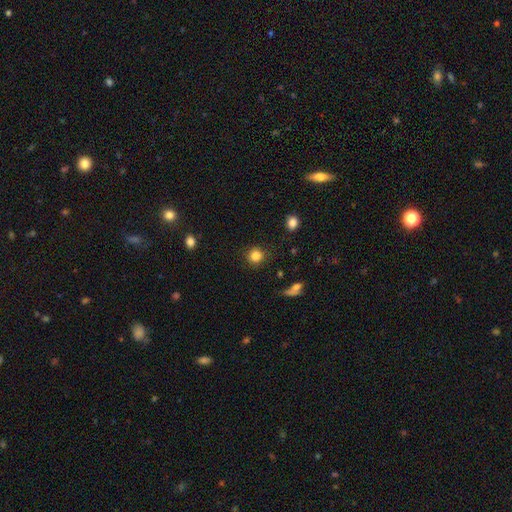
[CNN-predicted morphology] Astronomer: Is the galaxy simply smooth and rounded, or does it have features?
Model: smooth — 84%.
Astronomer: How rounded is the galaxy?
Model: round — 92%.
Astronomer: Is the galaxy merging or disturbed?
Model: none — 87%.